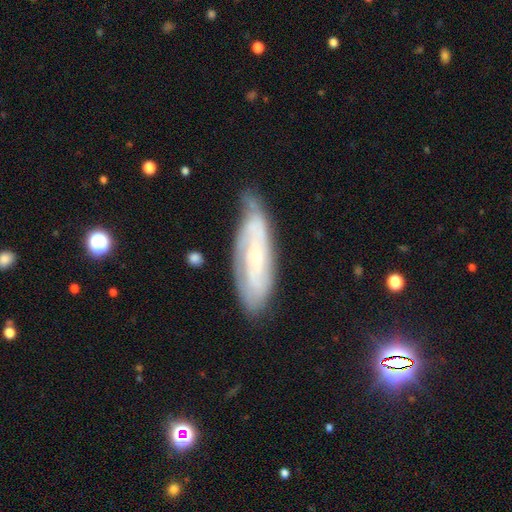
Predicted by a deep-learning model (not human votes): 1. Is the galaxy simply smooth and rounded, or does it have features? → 73% featured or disk, 20% smooth, 7% star or artifact.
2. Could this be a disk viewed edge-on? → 83% no, 17% yes.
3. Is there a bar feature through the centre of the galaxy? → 62% no, 28% weak, 10% strong.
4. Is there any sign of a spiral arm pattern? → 89% yes, 11% no.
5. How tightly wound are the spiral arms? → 61% tight, 30% medium, 9% loose.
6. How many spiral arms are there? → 44% can't tell, 36% 2, 9% 3, 4% 1, 4% 4, 3% more than 4.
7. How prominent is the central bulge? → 75% small, 19% moderate, 3% none, 1% large, 1% dominant.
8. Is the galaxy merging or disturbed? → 66% none, 25% minor disturbance, 6% major disturbance, 2% merger.